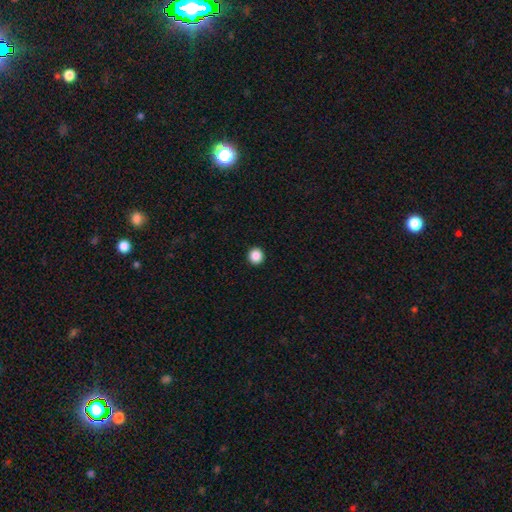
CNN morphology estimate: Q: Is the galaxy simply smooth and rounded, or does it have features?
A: smooth — 87%.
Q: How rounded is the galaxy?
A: round — 95%.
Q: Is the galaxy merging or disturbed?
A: none — 94%.